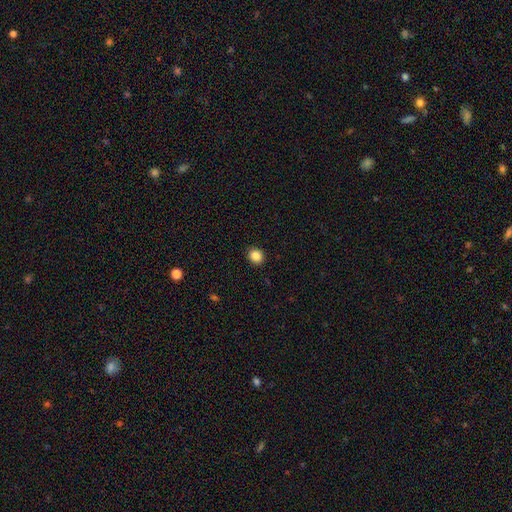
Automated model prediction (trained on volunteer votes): A smooth galaxy with no disk features (86%) that is round (76%). Merging: none (91%).